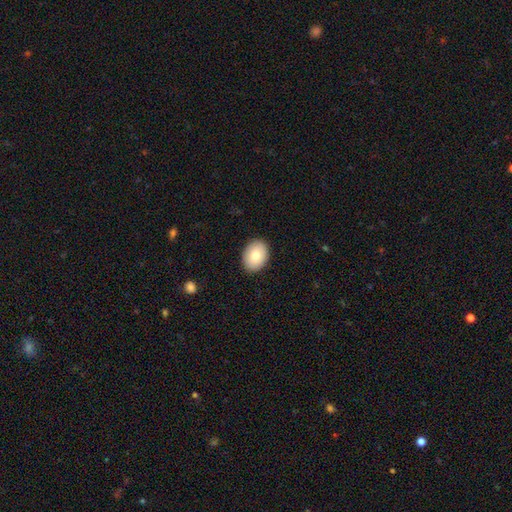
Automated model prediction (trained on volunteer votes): smooth_or_featured: smooth (p=0.83) [alt: featured or disk p=0.10]
how_rounded: in between (p=0.77) [alt: round p=0.22]
merging: none (p=0.89) [alt: minor disturbance p=0.08]